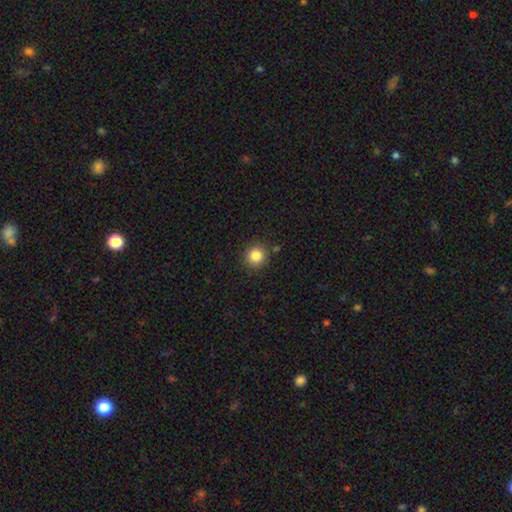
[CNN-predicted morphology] smooth-or-featured: smooth: 84% | star or artifact: 11% | featured or disk: 5%
  how-rounded: round: 93% | in between: 6% | cigar-shaped: 1%
  merging: none: 89% | minor disturbance: 7% | merger: 2% | major disturbance: 2%